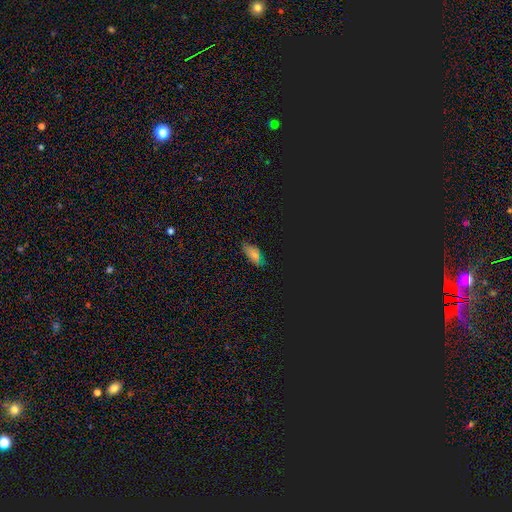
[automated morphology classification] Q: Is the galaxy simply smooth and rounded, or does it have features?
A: smooth — 53%.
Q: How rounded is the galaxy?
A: in between — 84%.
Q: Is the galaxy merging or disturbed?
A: none — 78%.